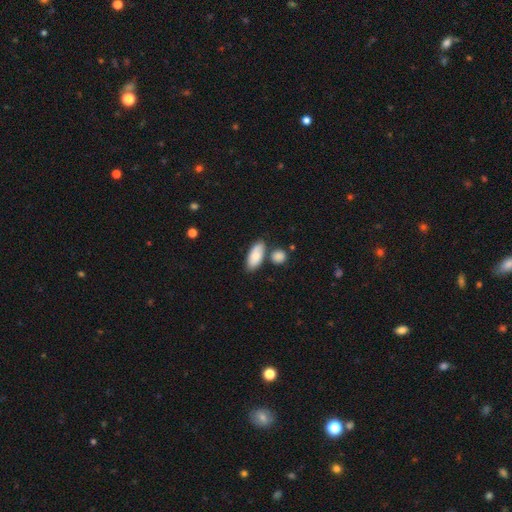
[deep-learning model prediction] smooth-or-featured: smooth: 80% | featured or disk: 14% | star or artifact: 6%
  how-rounded: in between: 87% | cigar-shaped: 10% | round: 3%
  merging: none: 68% | merger: 15% | minor disturbance: 14% | major disturbance: 3%